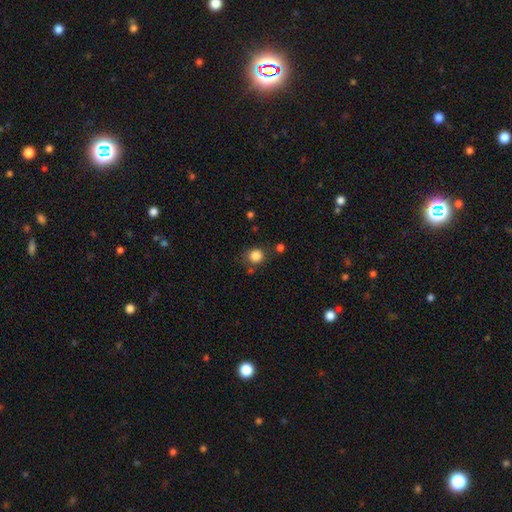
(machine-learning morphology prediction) The model was most divided on "merging": none: 75%, minor disturbance: 14%, merger: 7%, major disturbance: 5%. More confident: smooth or featured — smooth (84%); how rounded — round (84%).